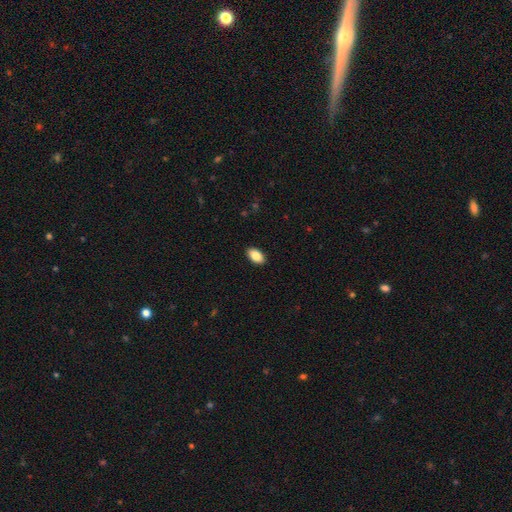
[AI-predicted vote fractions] Smooth or featured? Predicted: smooth (p=0.87). How rounded? Predicted: in between (p=0.93). Merging? Predicted: none (p=0.90).